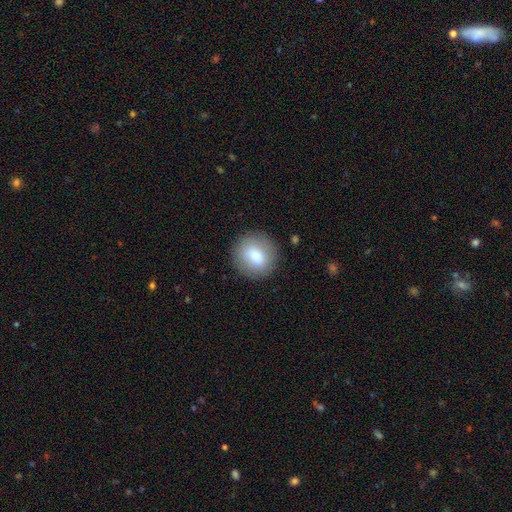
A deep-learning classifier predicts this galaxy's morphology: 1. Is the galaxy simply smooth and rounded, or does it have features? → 77% smooth, 15% featured or disk, 8% star or artifact.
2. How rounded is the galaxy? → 90% round, 9% in between, 1% cigar-shaped.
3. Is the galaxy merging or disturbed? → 88% none, 8% minor disturbance, 3% major disturbance, 1% merger.